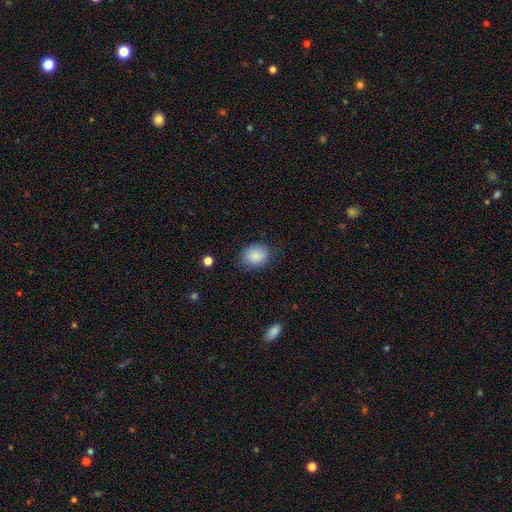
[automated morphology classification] A smooth galaxy with no disk features (86%) that is round (59%).

Vote fractions:
- Smooth or featured? smooth: 86% / star or artifact: 8% / featured or disk: 6%
- How rounded? round: 59% / in between: 40% / cigar-shaped: 1%
- Merging? none: 80% / minor disturbance: 14% / major disturbance: 4% / merger: 1%